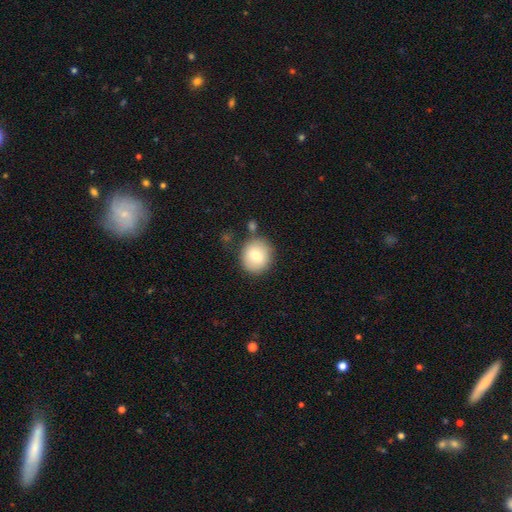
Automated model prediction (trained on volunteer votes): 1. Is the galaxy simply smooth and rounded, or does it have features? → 76% smooth, 15% featured or disk, 8% star or artifact.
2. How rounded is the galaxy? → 84% round, 16% in between, 1% cigar-shaped.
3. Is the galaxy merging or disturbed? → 78% none, 12% minor disturbance, 7% merger, 3% major disturbance.